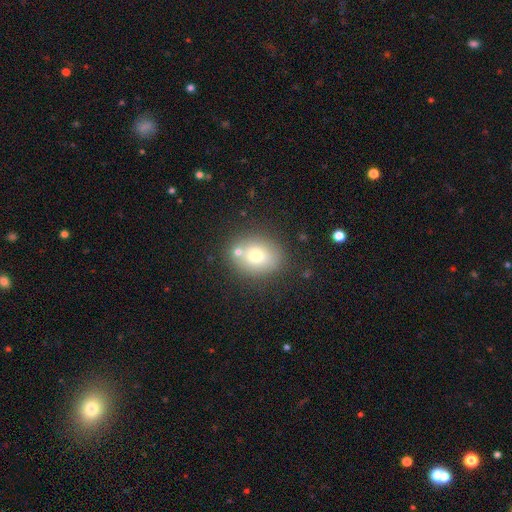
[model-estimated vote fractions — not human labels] Morphology: type=smooth (71%); roundness=round (54%); merging=none (72%).